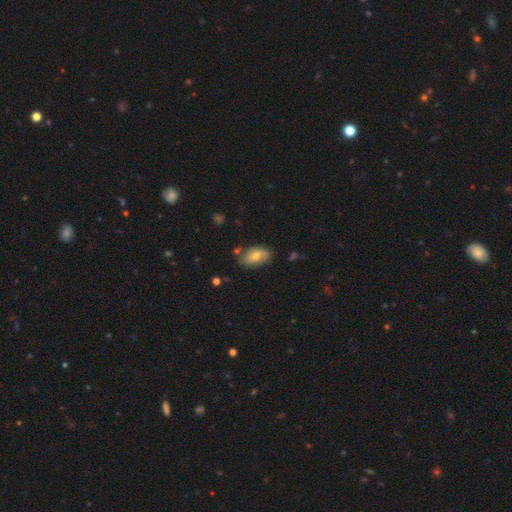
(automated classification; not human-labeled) Smooth or featured: smooth — 51% (featured or disk — 39%)
How rounded: in between — 89% (round — 8%)
Merging: none — 67% (minor disturbance — 23%)